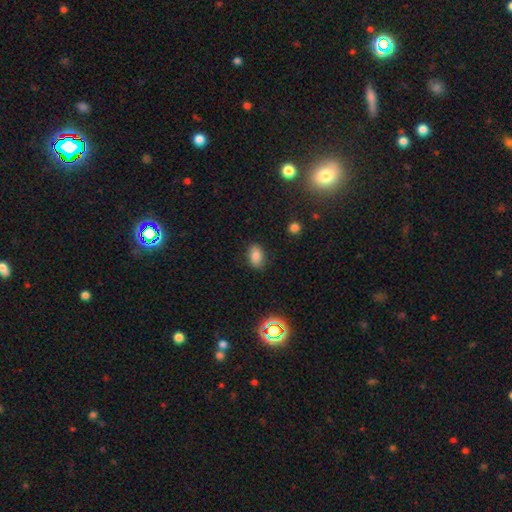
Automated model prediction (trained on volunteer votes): This is clearly a smooth galaxy (81%). How rounded: clearly in between (84%). Merging: clearly none (83%).